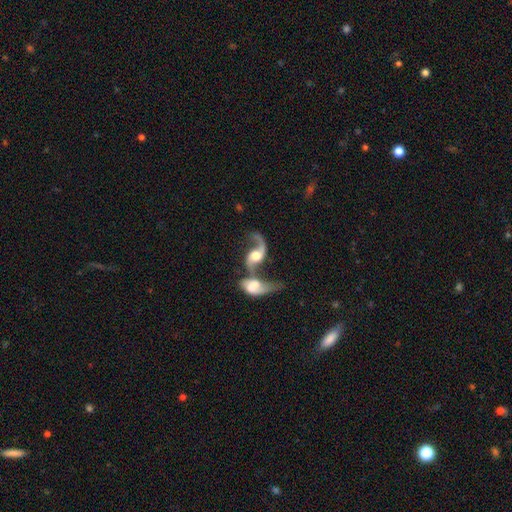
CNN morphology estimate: Smooth or featured? Predicted: featured or disk (p=0.85). Edge-on disk? Predicted: no (p=0.95). Bar? Predicted: no (p=0.51). Spiral arms? Predicted: yes (p=0.94). Spiral winding? Predicted: loose (p=0.79). Spiral arm count? Predicted: 2 (p=0.85). Bulge size? Predicted: moderate (p=0.55). Merging? Predicted: merger (p=0.70).